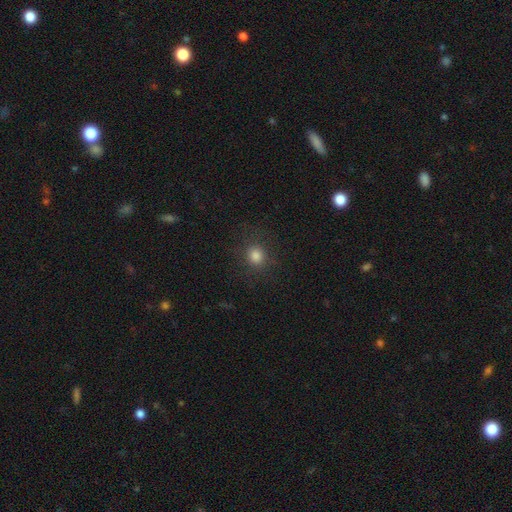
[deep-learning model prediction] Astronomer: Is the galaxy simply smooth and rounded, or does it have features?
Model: smooth — 82%.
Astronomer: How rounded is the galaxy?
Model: round — 89%.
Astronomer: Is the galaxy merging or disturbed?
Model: none — 87%.